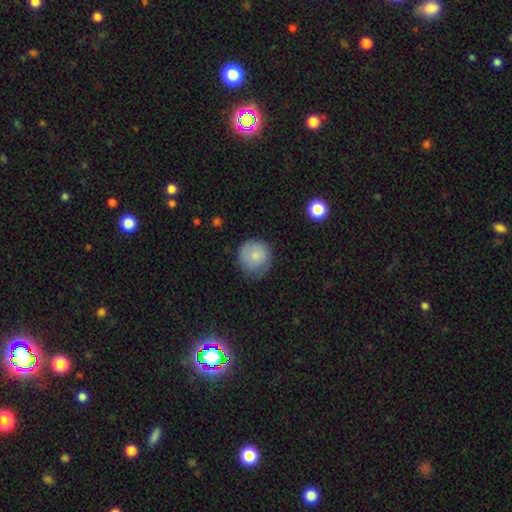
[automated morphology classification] This appears to be a smooth galaxy with no disk features (79%) that is round (92%). Merging: none (71%).